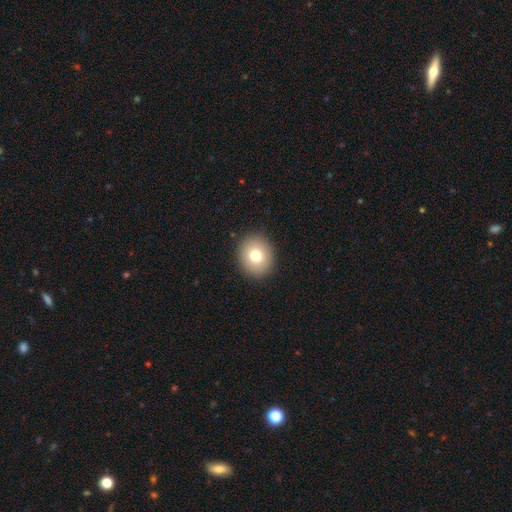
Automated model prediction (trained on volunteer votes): A smooth galaxy with no disk features (77%) that is round (79%).

Vote fractions:
- Smooth or featured? smooth: 77% / featured or disk: 13% / star or artifact: 10%
- How rounded? round: 79% / in between: 20% / cigar-shaped: 1%
- Merging? none: 90% / minor disturbance: 6% / major disturbance: 2% / merger: 1%